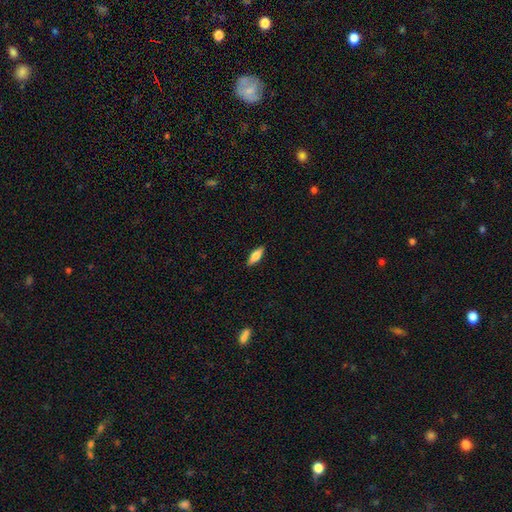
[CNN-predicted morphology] Overall: smooth (73%). How rounded: in between (61%; cigar-shaped 36%). Merging: none (89%).